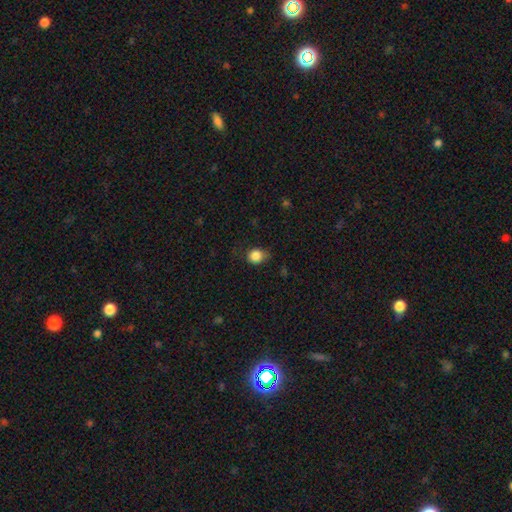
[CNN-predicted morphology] smooth 85%, star or artifact 10%, featured or disk 5%. Down the decision tree: how rounded — round (78%); merging — none (68%).